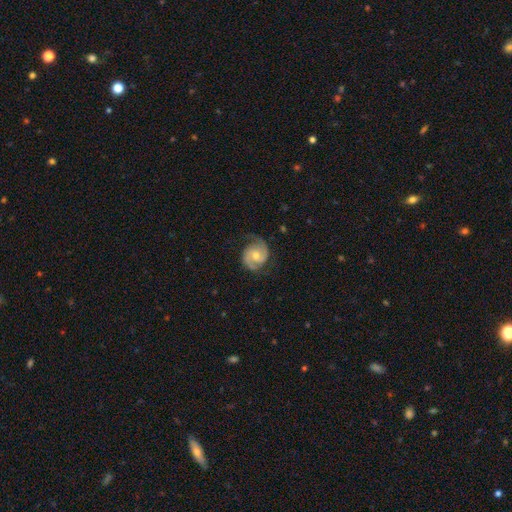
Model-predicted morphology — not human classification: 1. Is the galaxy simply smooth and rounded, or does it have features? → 87% featured or disk, 8% smooth, 5% star or artifact.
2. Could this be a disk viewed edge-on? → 98% no, 2% yes.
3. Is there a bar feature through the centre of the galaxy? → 60% no, 33% weak, 7% strong.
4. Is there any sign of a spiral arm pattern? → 97% yes, 3% no.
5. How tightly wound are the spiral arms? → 50% medium, 36% tight, 14% loose.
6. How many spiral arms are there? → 92% 2, 3% can't tell, 2% 1, 1% 3, 1% 4, 1% more than 4.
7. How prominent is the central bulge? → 59% moderate, 36% small, 2% large, 2% none, 1% dominant.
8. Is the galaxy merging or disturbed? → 77% none, 16% minor disturbance, 6% major disturbance, 1% merger.